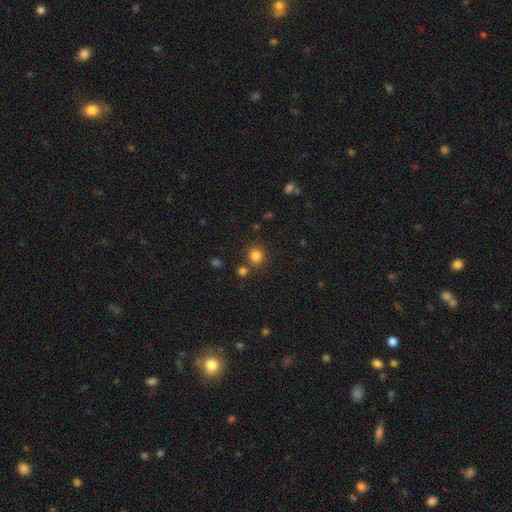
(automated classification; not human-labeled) The model was most divided on "smooth or featured": smooth: 82%, star or artifact: 13%, featured or disk: 4%. More confident: how rounded — round (90%); merging — none (79%).